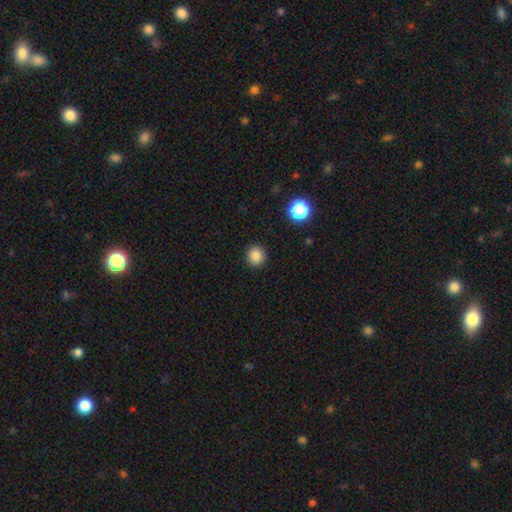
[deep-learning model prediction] Overall: smooth (86%). How rounded: round (90%). Merging: none (91%).